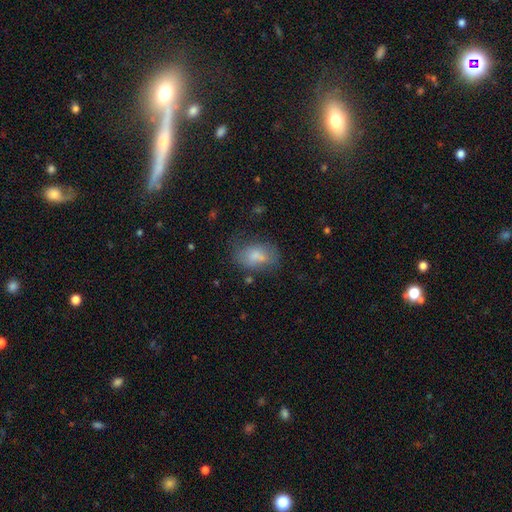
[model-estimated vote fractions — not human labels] smooth-or-featured: smooth: 73% | featured or disk: 18% | star or artifact: 9%
  how-rounded: in between: 84% | round: 14% | cigar-shaped: 2%
  merging: none: 49% | minor disturbance: 28% | major disturbance: 14% | merger: 9%